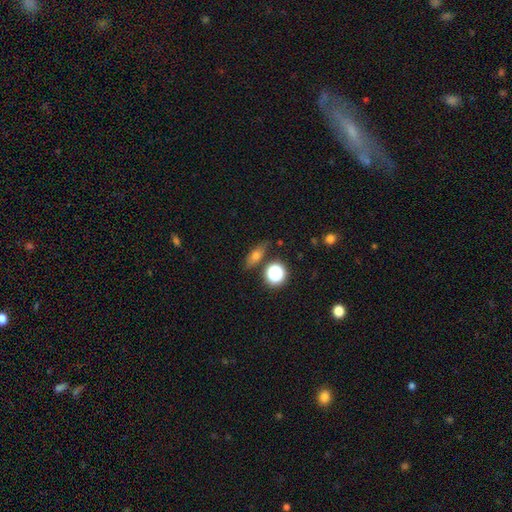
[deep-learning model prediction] Smooth or featured?
  - smooth: 62% *
  - featured or disk: 23%
  - star or artifact: 15%
How rounded?
  - in between: 52% *
  - cigar-shaped: 28%
  - round: 20%
Merging?
  - none: 75% *
  - minor disturbance: 16%
  - merger: 5%
  - major disturbance: 4%